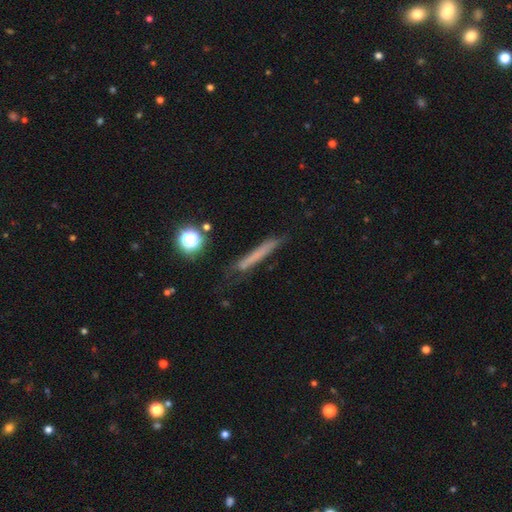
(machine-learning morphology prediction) The model was most divided on "smooth or featured": smooth: 60%, featured or disk: 29%, star or artifact: 11%. More confident: how rounded — cigar-shaped (94%); merging — none (75%).